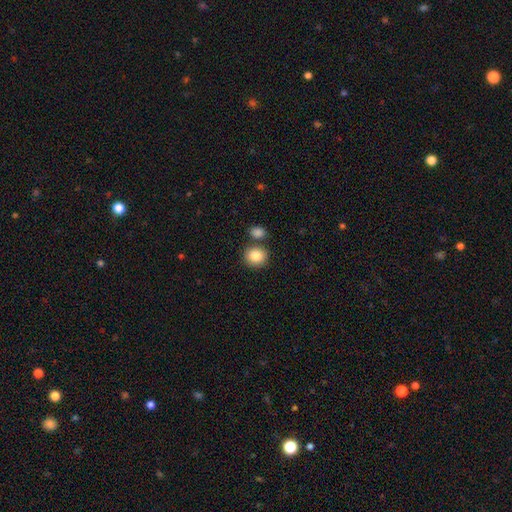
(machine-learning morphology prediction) Smooth or featured? Predicted: smooth (p=0.85). How rounded? Predicted: round (p=0.81). Merging? Predicted: none (p=0.74).